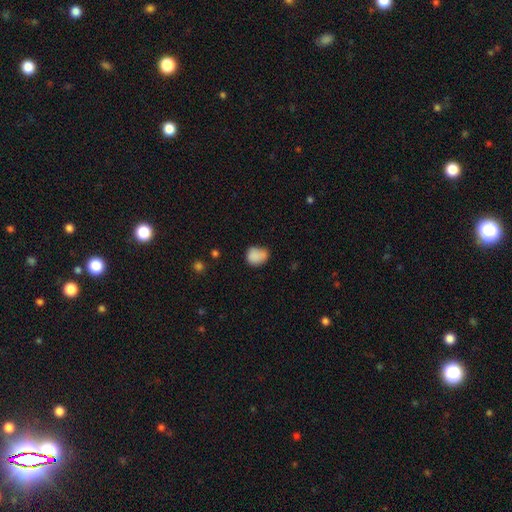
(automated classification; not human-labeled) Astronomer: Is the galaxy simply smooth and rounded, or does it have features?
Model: smooth — 84%.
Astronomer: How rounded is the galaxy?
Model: round — 50% (runner-up: in between, 49%).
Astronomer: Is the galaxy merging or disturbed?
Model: none — 50% (runner-up: minor disturbance, 36%).